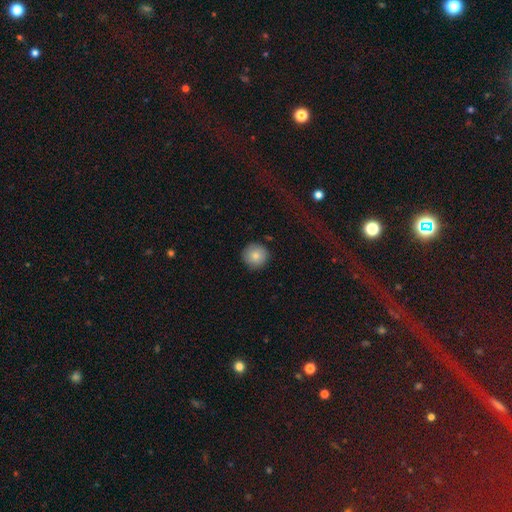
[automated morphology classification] A smooth galaxy with no disk features (81%) that is round (96%). Merging: none (90%).